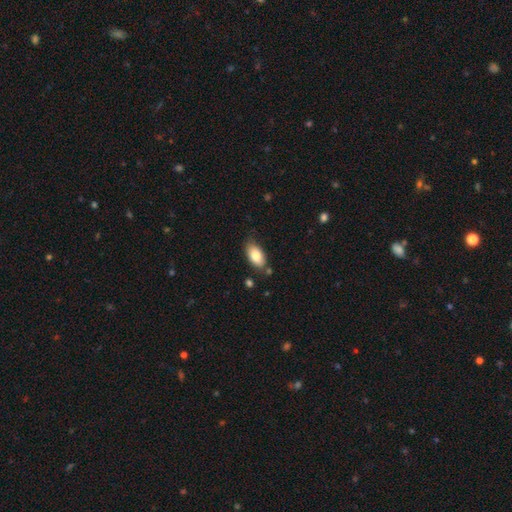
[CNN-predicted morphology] The model was most divided on "merging": none: 73%, minor disturbance: 19%, merger: 4%, major disturbance: 3%. More confident: how rounded — in between (93%); smooth or featured — smooth (82%).